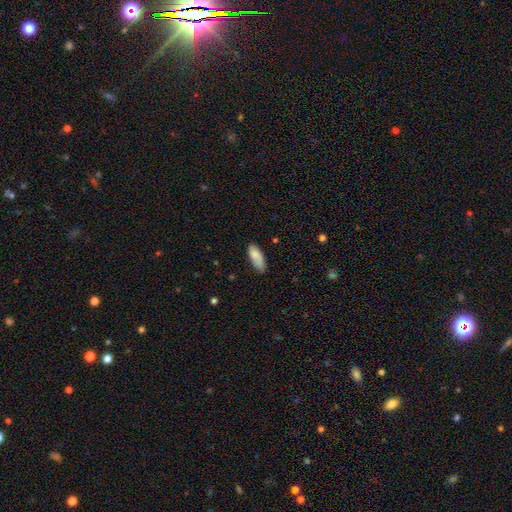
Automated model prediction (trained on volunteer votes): A smooth galaxy with no disk features (84%) that is in between round and cigar-shaped (82%).

Vote fractions:
- Smooth or featured? smooth: 84% / featured or disk: 10% / star or artifact: 7%
- How rounded? in between: 82% / cigar-shaped: 16% / round: 2%
- Merging? none: 62% / minor disturbance: 30% / major disturbance: 6% / merger: 2%